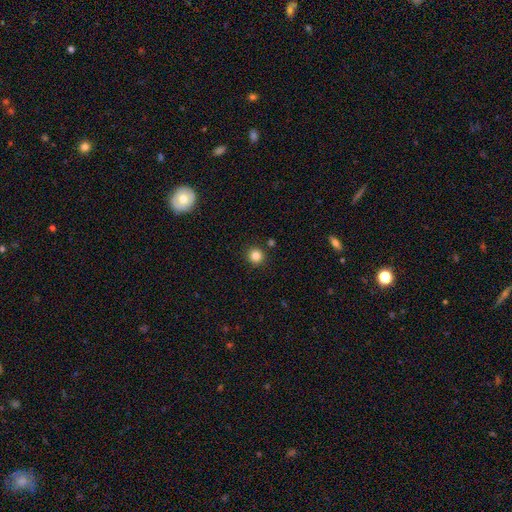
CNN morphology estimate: Smooth or featured? Predicted: smooth (p=0.84). How rounded? Predicted: round (p=0.94). Merging? Predicted: none (p=0.90).